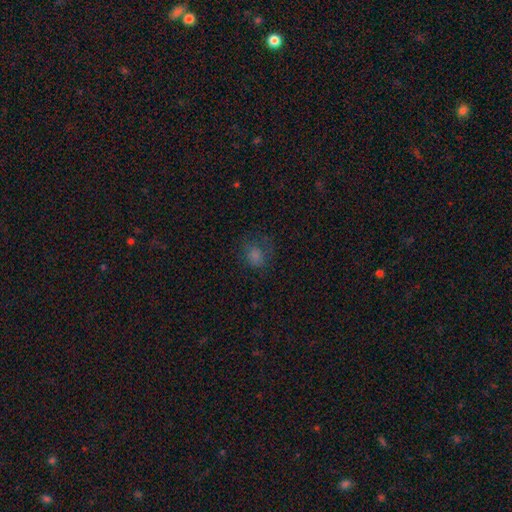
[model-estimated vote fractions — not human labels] The model was most divided on "how rounded": round: 60%, in between: 39%, cigar-shaped: 1%. More confident: smooth or featured — smooth (67%); merging — none (60%).